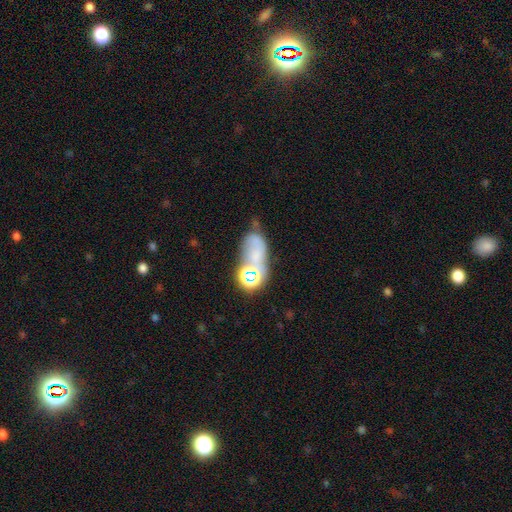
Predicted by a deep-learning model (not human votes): This appears to be a smooth galaxy with no disk features (43%). Merging: none (35%).